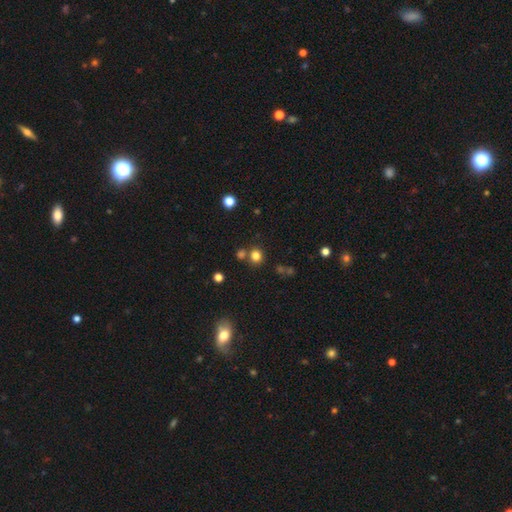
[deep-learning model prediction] Q: Smooth or featured?
A: smooth (78%); runner-up: star or artifact (16%)
Q: How rounded?
A: round (87%); runner-up: in between (12%)
Q: Merging?
A: none (72%); runner-up: merger (17%)